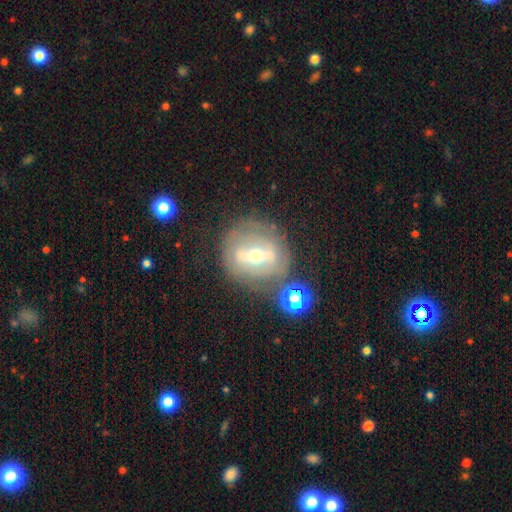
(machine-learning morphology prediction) Smooth or featured? Predicted: featured or disk (p=0.74). Edge-on disk? Predicted: no (p=0.85). Bar? Predicted: strong (p=0.67). Spiral arms? Predicted: no (p=0.59). Bulge size? Predicted: moderate (p=0.59). Merging? Predicted: none (p=0.69).